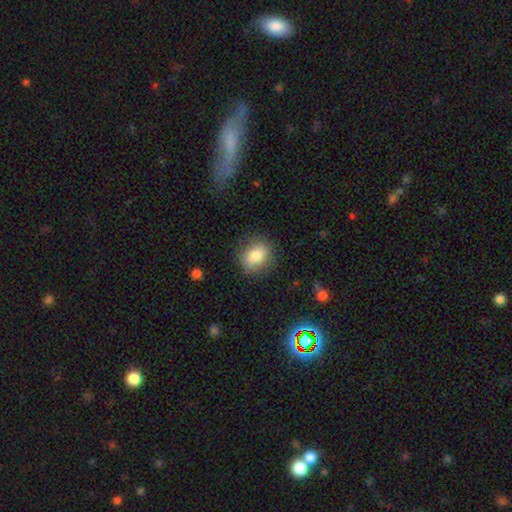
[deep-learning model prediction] A smooth galaxy with no disk features (81%) that is round (51%). Merging: none (82%).